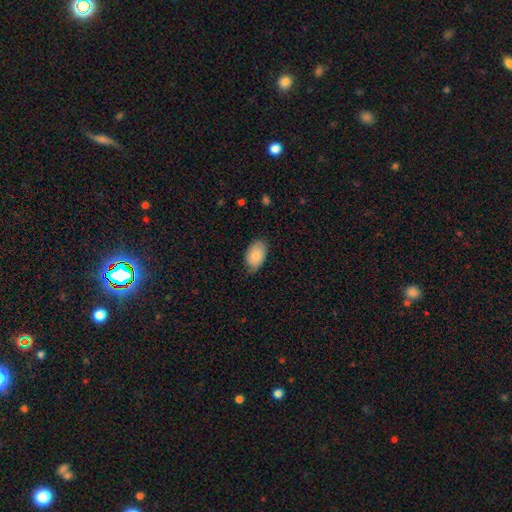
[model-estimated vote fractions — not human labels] Q: Smooth or featured?
A: smooth (82%); runner-up: featured or disk (11%)
Q: How rounded?
A: in between (91%); runner-up: round (8%)
Q: Merging?
A: none (72%); runner-up: minor disturbance (24%)